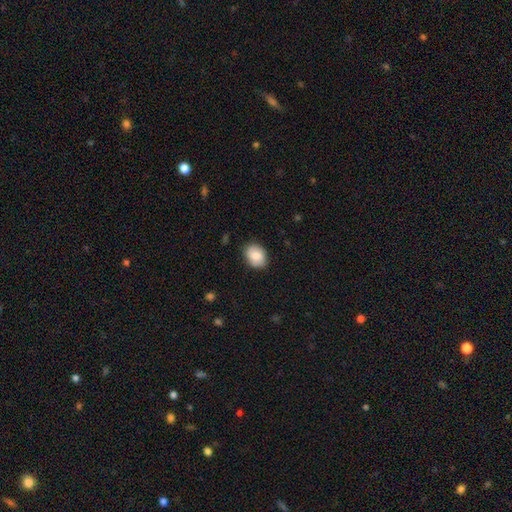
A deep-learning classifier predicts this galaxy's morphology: type=smooth (82%); roundness=in between (66%); merging=none (84%).